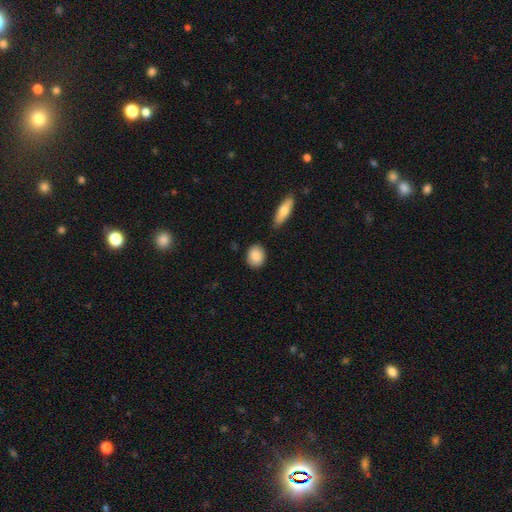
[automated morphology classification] Smooth or featured: smooth — 88% (star or artifact — 6%)
How rounded: round — 50% (in between — 47%)
Merging: none — 84% (minor disturbance — 11%)